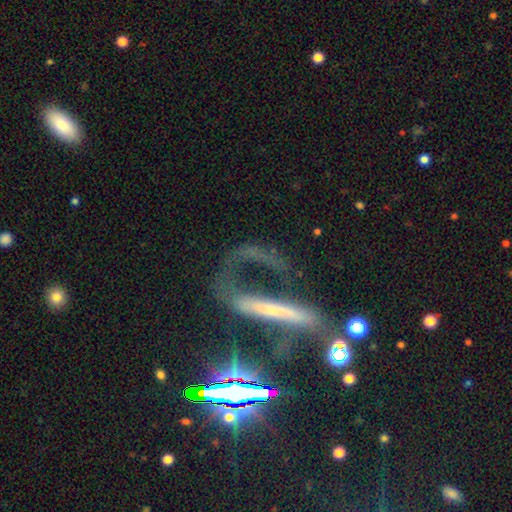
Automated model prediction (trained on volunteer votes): smooth-or-featured: featured or disk: 59% | smooth: 25% | star or artifact: 17%
  disk-edge-on: no: 56% | yes: 44%
  merging: major disturbance: 42% | none: 34% | minor disturbance: 14% | merger: 10%